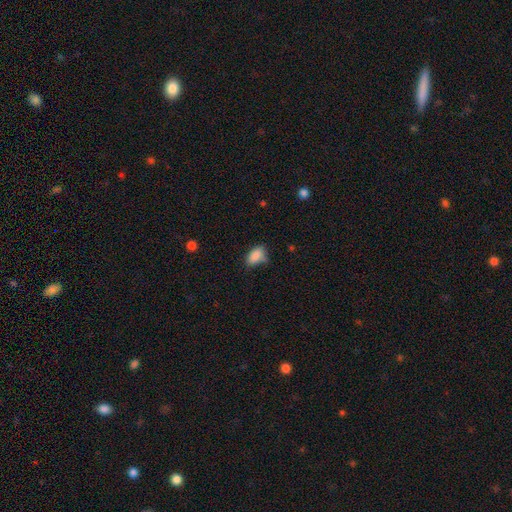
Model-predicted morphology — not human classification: smooth_or_featured: smooth (p=0.86) [alt: star or artifact p=0.09]
how_rounded: in between (p=0.90) [alt: round p=0.05]
merging: none (p=0.60) [alt: minor disturbance p=0.29]